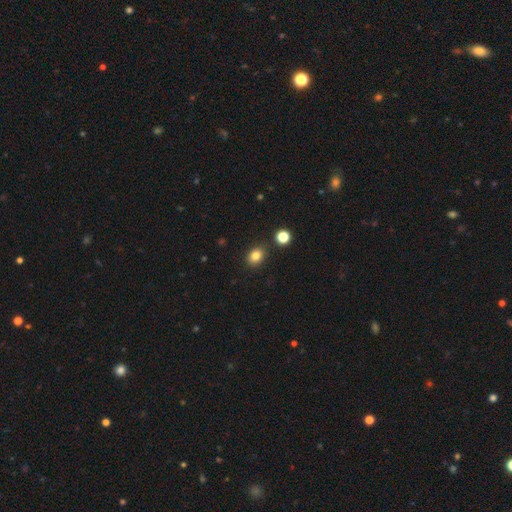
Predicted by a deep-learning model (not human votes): smooth_or_featured: smooth (p=0.82) [alt: star or artifact p=0.12]
how_rounded: in between (p=0.55) [alt: round p=0.44]
merging: none (p=0.85) [alt: minor disturbance p=0.09]